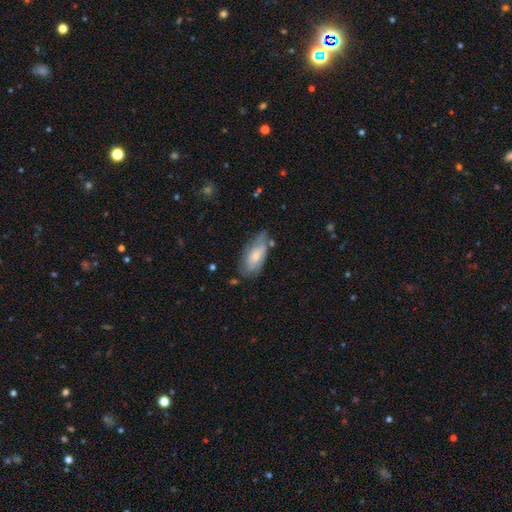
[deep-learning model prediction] Smooth or featured? Predicted: smooth (p=0.62). How rounded? Predicted: in between (p=0.88). Merging? Predicted: none (p=0.53).